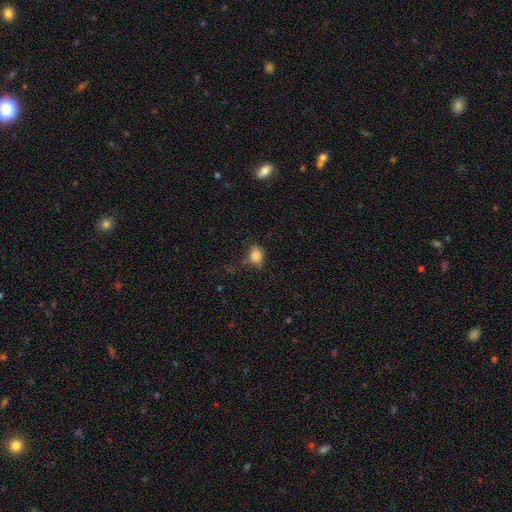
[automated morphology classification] Smooth or featured? smooth (84%)
How rounded? in between (50%)
Merging? none (67%)